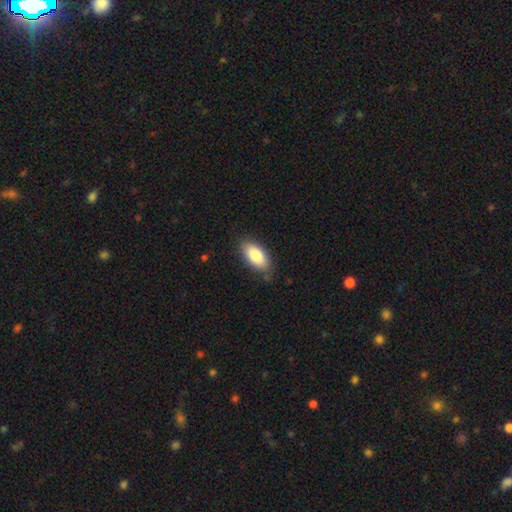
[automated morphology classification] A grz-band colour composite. It shows a smooth galaxy with no disk features (85%) that is in between round and cigar-shaped (92%). Merging: none (81%).